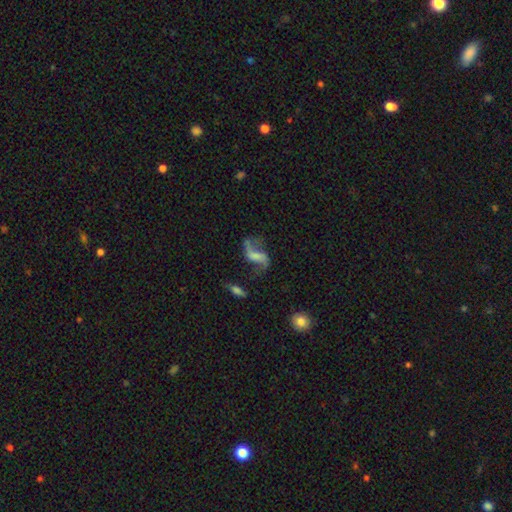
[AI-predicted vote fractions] Morphology: type=featured or disk (78%); edge-on=no (96%); bar=weak (41%); spiral arms=yes (90%); winding=loose (86%); arm count=2 (90%); bulge=none (46%); merging=none (57%).